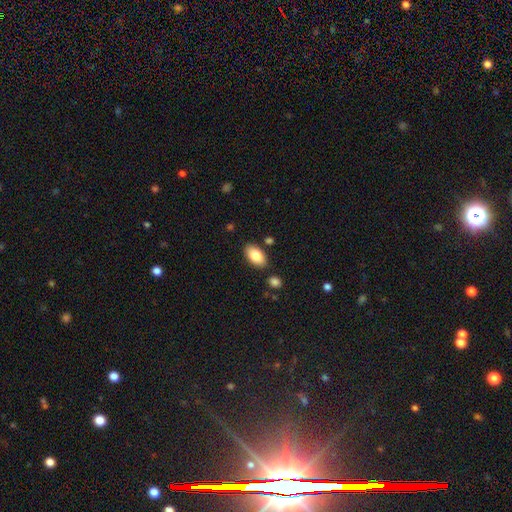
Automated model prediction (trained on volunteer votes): This is clearly a smooth galaxy (83%). How rounded: clearly in between (94%). Merging: clearly none (84%).